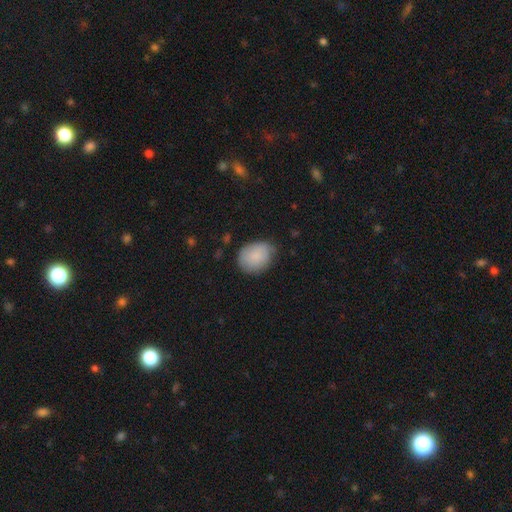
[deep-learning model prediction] smooth_or_featured: smooth (p=0.82) [alt: featured or disk p=0.11]
how_rounded: in between (p=0.54) [alt: round p=0.45]
merging: none (p=0.62) [alt: minor disturbance p=0.31]